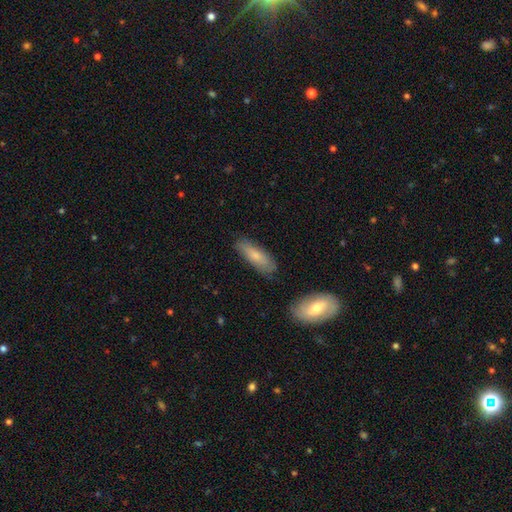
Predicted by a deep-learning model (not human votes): Smooth or featured? smooth (74%)
How rounded? in between (50%)
Merging? none (78%)